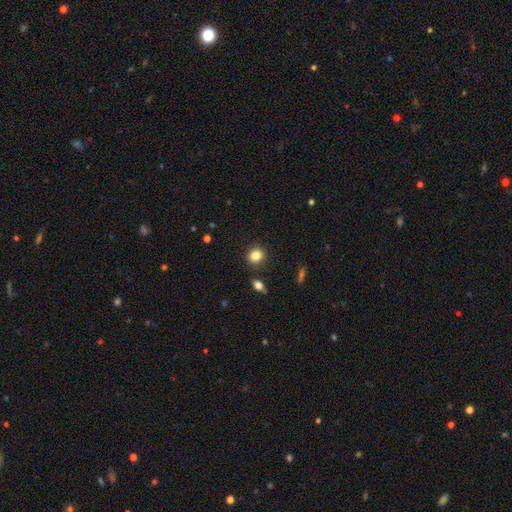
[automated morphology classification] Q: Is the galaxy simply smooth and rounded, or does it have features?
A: smooth — 84%.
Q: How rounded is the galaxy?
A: round — 77%.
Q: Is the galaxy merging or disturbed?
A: none — 88%.